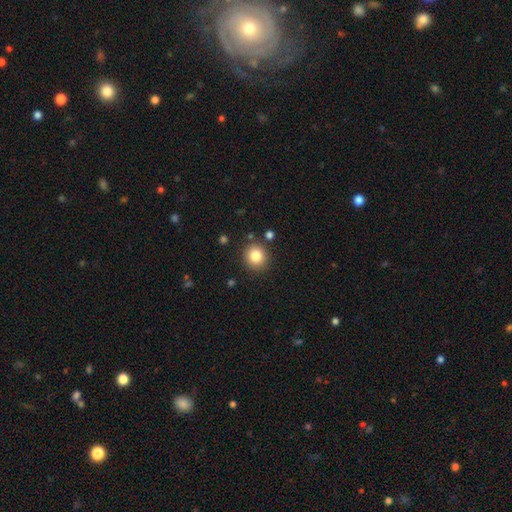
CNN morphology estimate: smooth 83%, star or artifact 10%, featured or disk 7%. Down the decision tree: how rounded — round (88%); merging — none (87%).